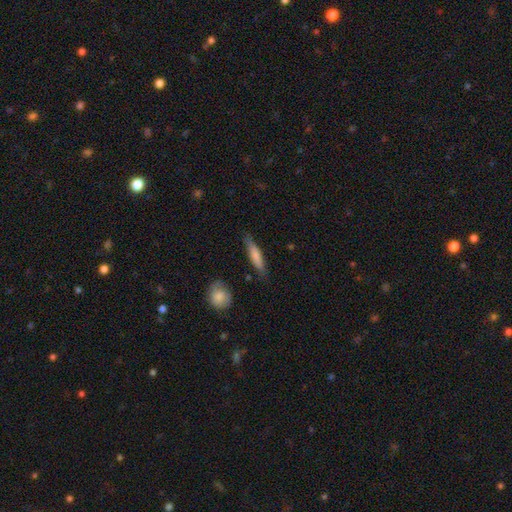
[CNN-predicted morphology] Smooth or featured?
  - smooth: 72% *
  - featured or disk: 22%
  - star or artifact: 5%
How rounded?
  - cigar-shaped: 84% *
  - in between: 14%
  - round: 2%
Merging?
  - none: 81% *
  - minor disturbance: 14%
  - major disturbance: 3%
  - merger: 2%